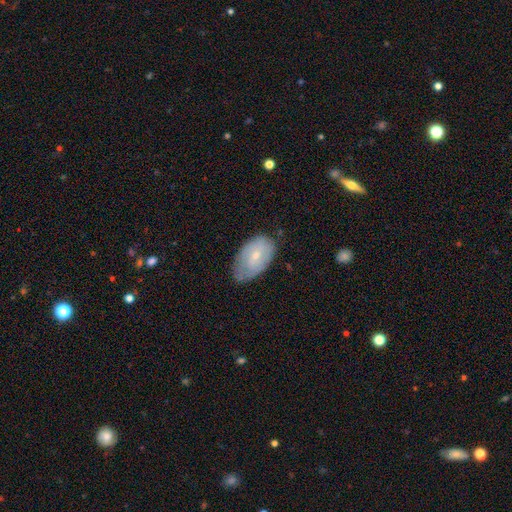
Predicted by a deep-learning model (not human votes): Smooth or featured: smooth — 57% (featured or disk — 36%)
How rounded: in between — 93% (round — 6%)
Merging: none — 57% (minor disturbance — 33%)